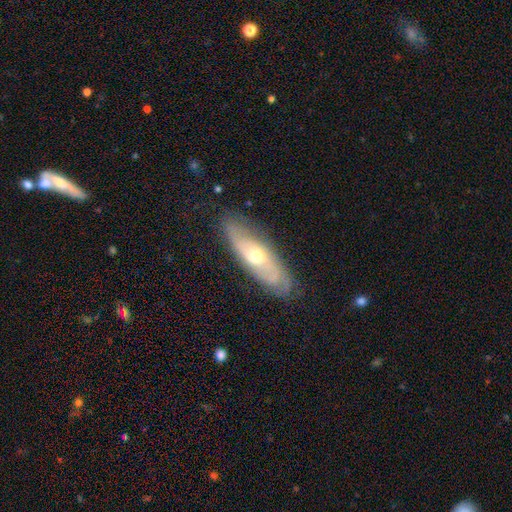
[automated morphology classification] smooth_or_featured: featured or disk (p=0.71) [alt: smooth p=0.23]
disk_edge_on: no (p=0.76) [alt: yes p=0.24]
bar: no (p=0.68) [alt: weak p=0.26]
has_spiral_arms: yes (p=0.84) [alt: no p=0.16]
bulge_size: moderate (p=0.64) [alt: small p=0.30]
merging: none (p=0.80) [alt: minor disturbance p=0.15]